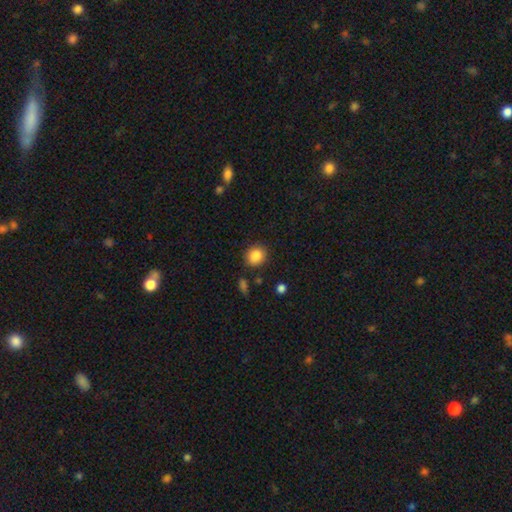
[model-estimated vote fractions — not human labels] Smooth or featured? Predicted: smooth (p=0.86). How rounded? Predicted: round (p=0.71). Merging? Predicted: none (p=0.86).